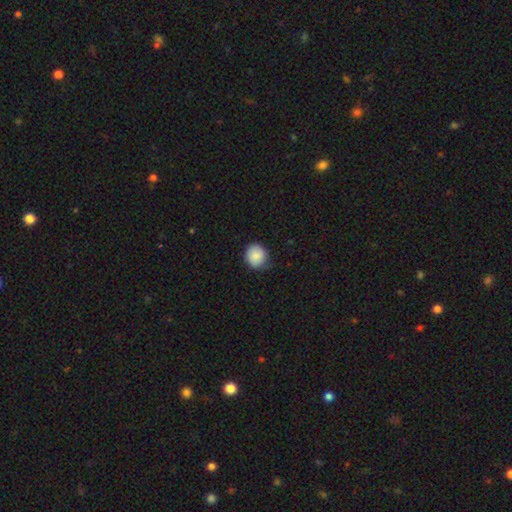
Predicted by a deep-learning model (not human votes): smooth_or_featured: smooth (p=0.86) [alt: star or artifact p=0.08]
how_rounded: round (p=0.83) [alt: in between p=0.16]
merging: none (p=0.77) [alt: minor disturbance p=0.19]